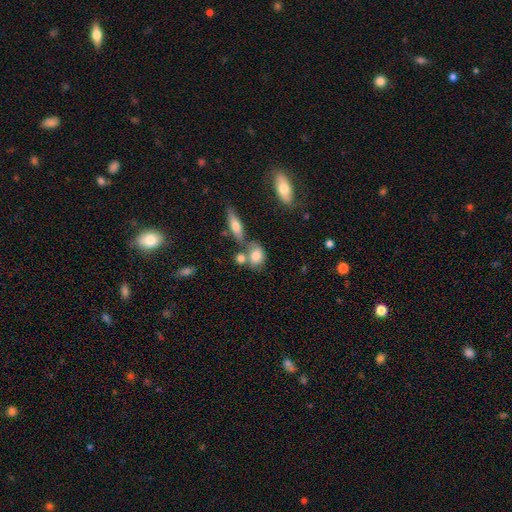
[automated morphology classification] A smooth galaxy with no disk features (76%) that is in between round and cigar-shaped (63%).

Vote fractions:
- Smooth or featured? smooth: 76% / featured or disk: 15% / star or artifact: 9%
- How rounded? in between: 63% / round: 33% / cigar-shaped: 5%
- Merging? none: 40% / merger: 36% / minor disturbance: 16% / major disturbance: 8%